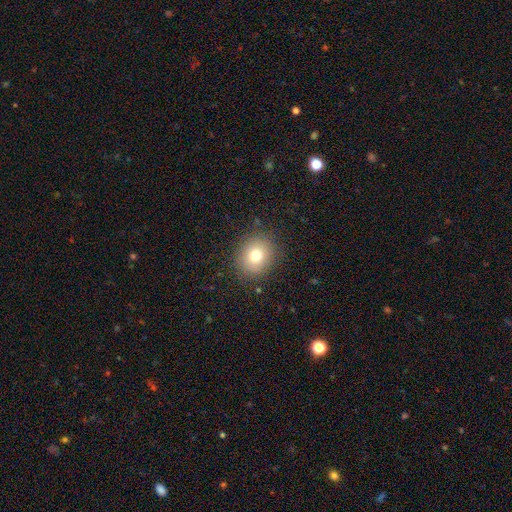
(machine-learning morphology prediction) Q: Smooth or featured?
A: smooth (76%); runner-up: star or artifact (13%)
Q: How rounded?
A: round (75%); runner-up: in between (24%)
Q: Merging?
A: none (87%); runner-up: minor disturbance (9%)